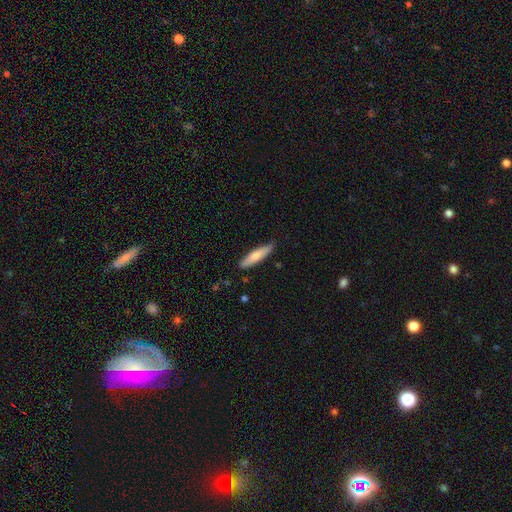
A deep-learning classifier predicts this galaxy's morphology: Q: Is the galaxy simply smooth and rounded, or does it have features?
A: smooth — 74%.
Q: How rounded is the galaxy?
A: cigar-shaped — 79%.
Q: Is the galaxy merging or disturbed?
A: none — 84%.